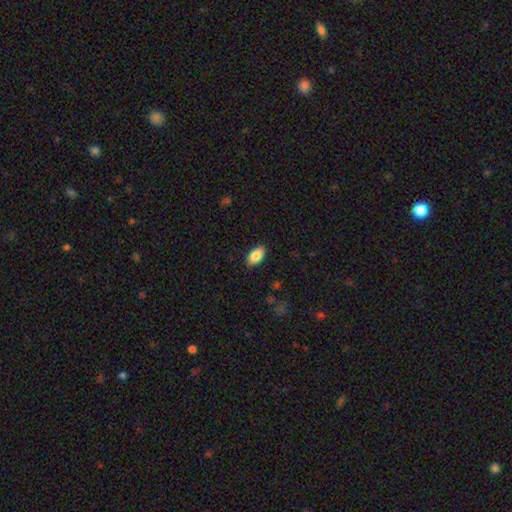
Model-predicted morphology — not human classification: A smooth galaxy with no disk features (86%) that is in between round and cigar-shaped (94%). Merging: none (89%).